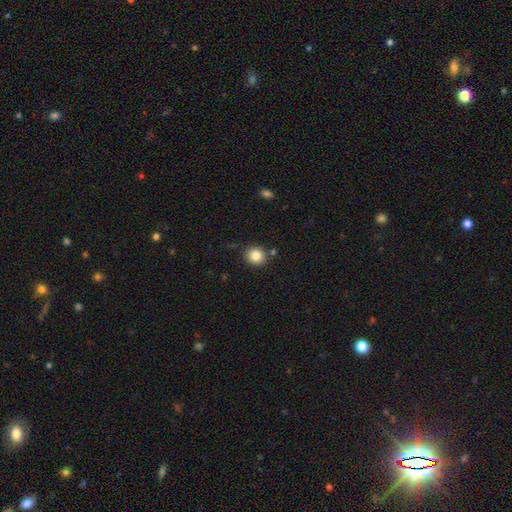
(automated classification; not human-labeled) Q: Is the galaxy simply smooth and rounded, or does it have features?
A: smooth — 84%.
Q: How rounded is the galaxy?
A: round — 86%.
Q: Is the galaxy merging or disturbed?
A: none — 84%.